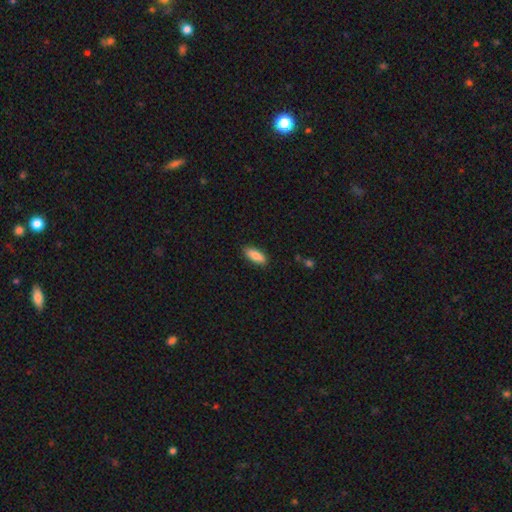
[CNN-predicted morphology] smooth-or-featured: smooth: 85% | featured or disk: 8% | star or artifact: 6%
  how-rounded: in between: 78% | cigar-shaped: 20% | round: 2%
  merging: none: 87% | minor disturbance: 10% | major disturbance: 2% | merger: 1%